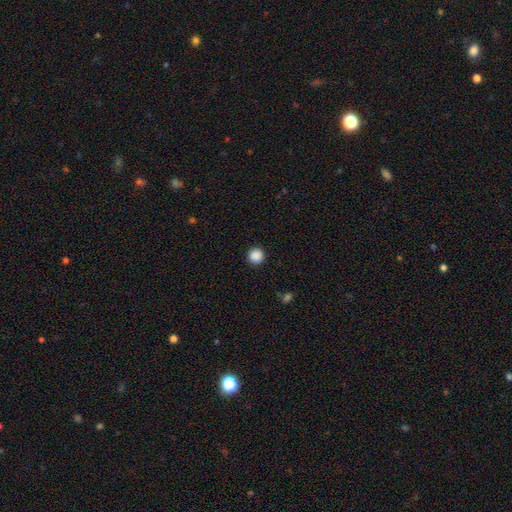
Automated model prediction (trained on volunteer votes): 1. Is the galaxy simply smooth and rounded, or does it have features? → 88% smooth, 10% star or artifact, 2% featured or disk.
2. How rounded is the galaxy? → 95% round, 4% in between, 1% cigar-shaped.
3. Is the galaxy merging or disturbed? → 92% none, 5% minor disturbance, 2% major disturbance, 1% merger.